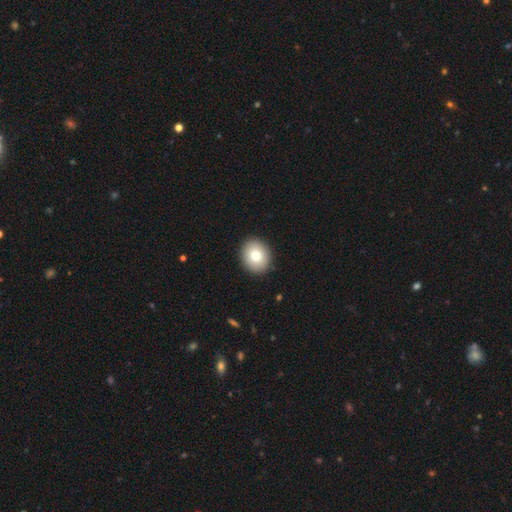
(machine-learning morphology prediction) smooth-or-featured: smooth: 80% | featured or disk: 12% | star or artifact: 8%
  how-rounded: round: 69% | in between: 30% | cigar-shaped: 1%
  merging: none: 91% | minor disturbance: 6% | major disturbance: 2% | merger: 1%